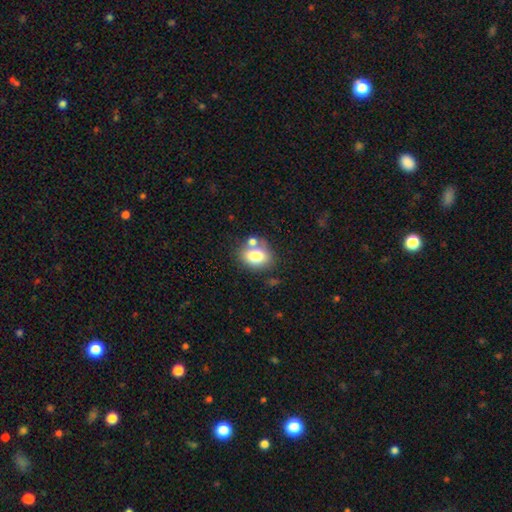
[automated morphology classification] Smooth or featured?
  - smooth: 77% *
  - featured or disk: 14%
  - star or artifact: 9%
How rounded?
  - in between: 63% *
  - round: 36%
  - cigar-shaped: 1%
Merging?
  - none: 60% *
  - merger: 22%
  - minor disturbance: 14%
  - major disturbance: 5%